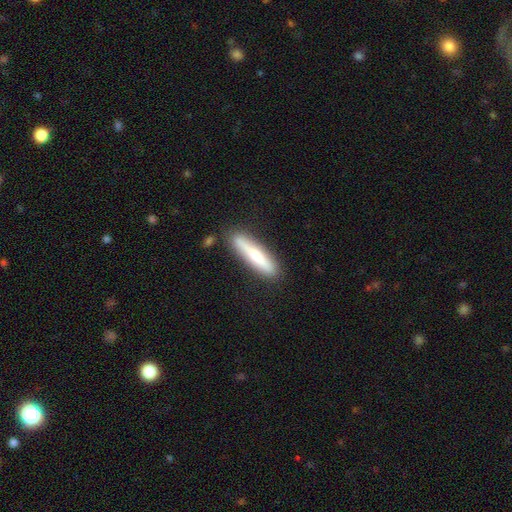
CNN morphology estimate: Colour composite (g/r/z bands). It shows a smooth galaxy with no disk features (58%) that is cigar-shaped (87%). Merging: none (85%).